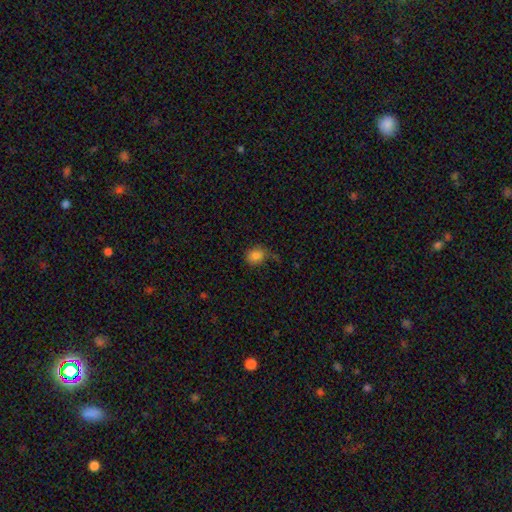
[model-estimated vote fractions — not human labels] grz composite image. It shows a smooth galaxy with no disk features (82%) that is round (57%). Merging: none (60%).